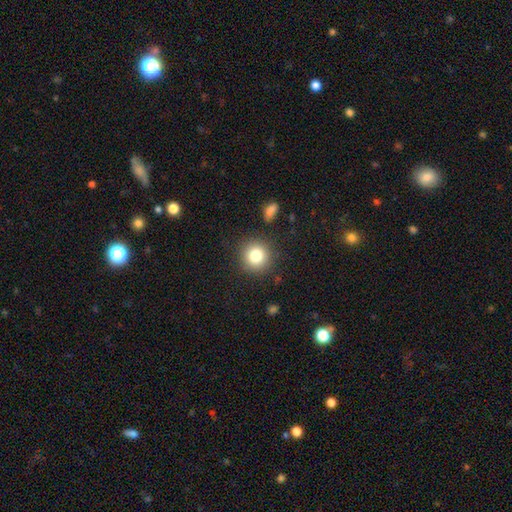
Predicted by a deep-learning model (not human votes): Q: Smooth or featured?
A: smooth (81%); runner-up: star or artifact (11%)
Q: How rounded?
A: round (93%); runner-up: in between (6%)
Q: Merging?
A: none (88%); runner-up: minor disturbance (7%)